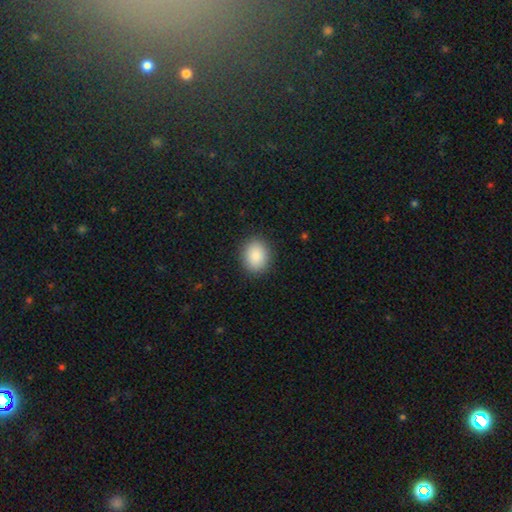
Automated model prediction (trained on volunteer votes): Morphology: type=smooth (89%); roundness=round (53%); merging=none (90%).